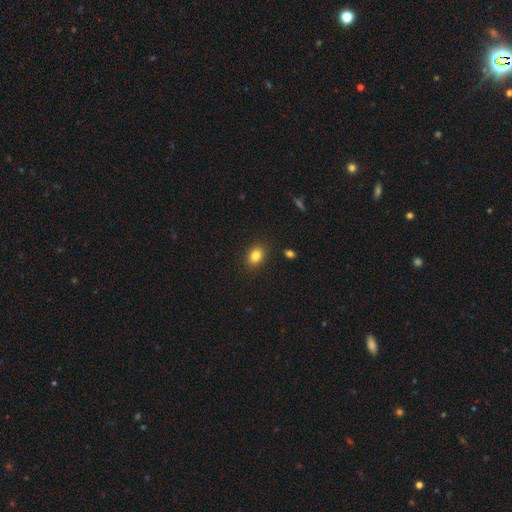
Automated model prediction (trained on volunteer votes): Overall: smooth (83%). How rounded: in between (67%; round 32%). Merging: none (88%).